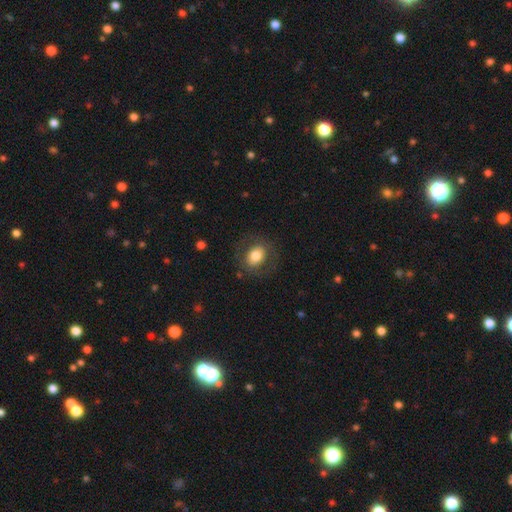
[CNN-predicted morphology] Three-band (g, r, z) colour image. It shows a smooth galaxy with no disk features (70%) that is round (52%). Merging: none (79%).